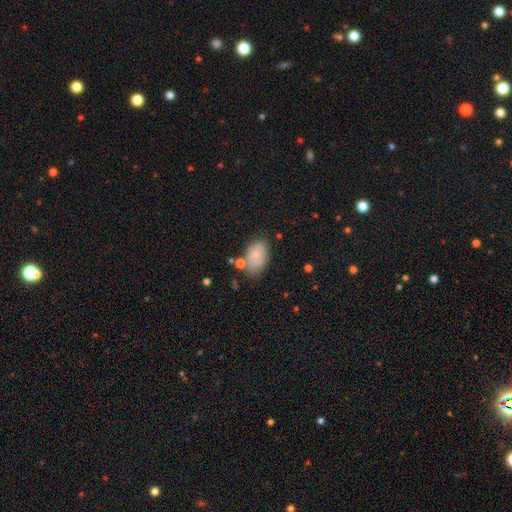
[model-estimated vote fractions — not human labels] Smooth or featured? Predicted: smooth (p=0.75). How rounded? Predicted: in between (p=0.88). Merging? Predicted: none (p=0.61).